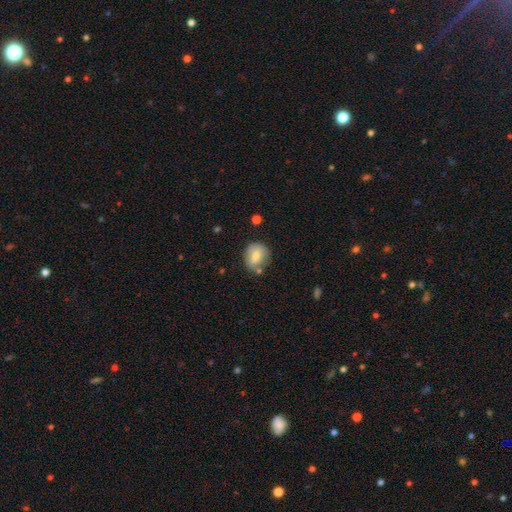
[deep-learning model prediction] Smooth or featured? Predicted: smooth (p=0.69). How rounded? Predicted: round (p=0.69). Merging? Predicted: none (p=0.66).